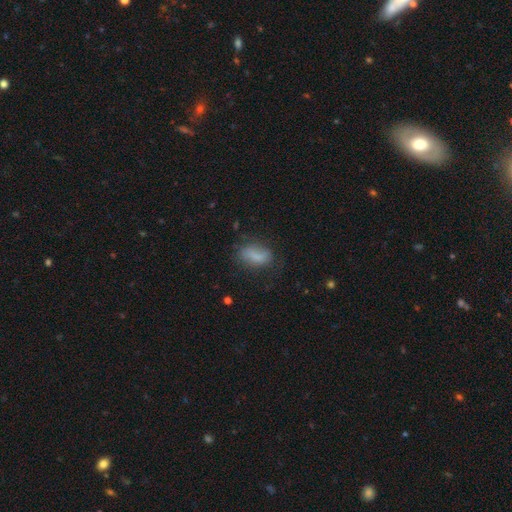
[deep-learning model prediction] Smooth or featured? Predicted: smooth (p=0.76). How rounded? Predicted: in between (p=0.85). Merging? Predicted: none (p=0.61).